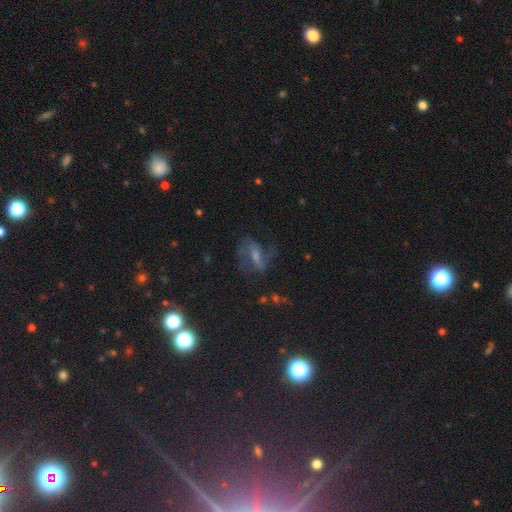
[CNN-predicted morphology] Overall: featured or disk (57%; smooth 23%). Edge-on disk: no (94%). Bar: weak (46%; no 33%). Spiral arms: yes (78%). Bulge size: moderate (39%; small 34%). Merging: none (53%; major disturbance 24%).